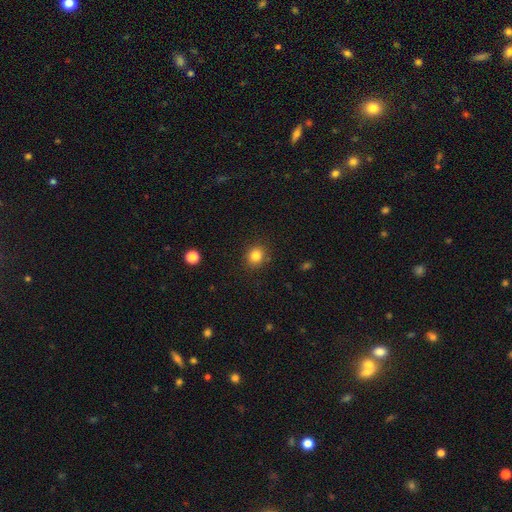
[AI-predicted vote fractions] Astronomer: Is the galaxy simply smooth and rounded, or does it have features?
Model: smooth — 83%.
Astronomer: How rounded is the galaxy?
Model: round — 81%.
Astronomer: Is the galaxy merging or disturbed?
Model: none — 88%.